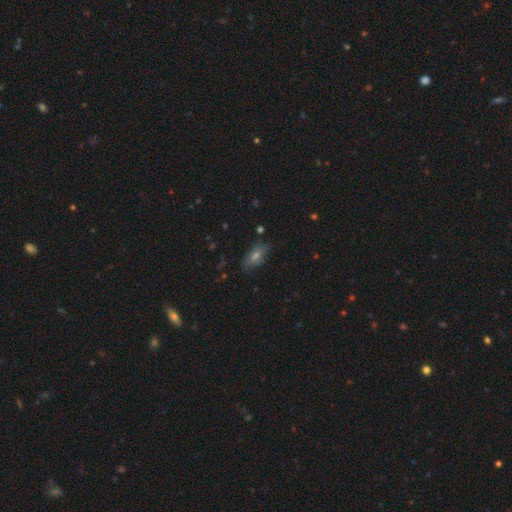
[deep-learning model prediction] Smooth or featured?
  - smooth: 46% *
  - featured or disk: 32%
  - star or artifact: 21%
Merging?
  - none: 77% *
  - minor disturbance: 16%
  - major disturbance: 5%
  - merger: 2%